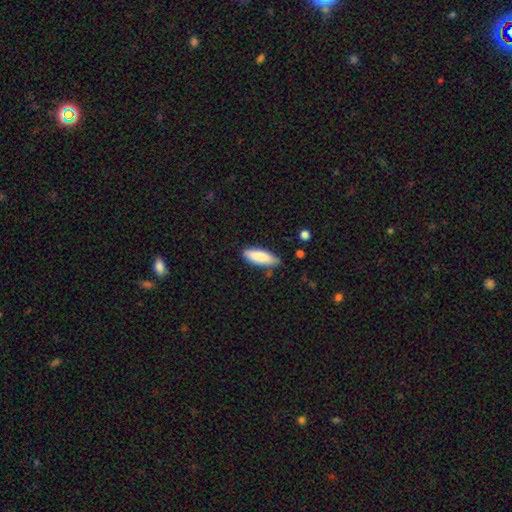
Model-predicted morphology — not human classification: A smooth galaxy with no disk features (84%) that is in between round and cigar-shaped (61%).

Vote fractions:
- Smooth or featured? smooth: 84% / featured or disk: 10% / star or artifact: 6%
- How rounded? in between: 61% / cigar-shaped: 38% / round: 2%
- Merging? none: 73% / minor disturbance: 21% / major disturbance: 3% / merger: 3%